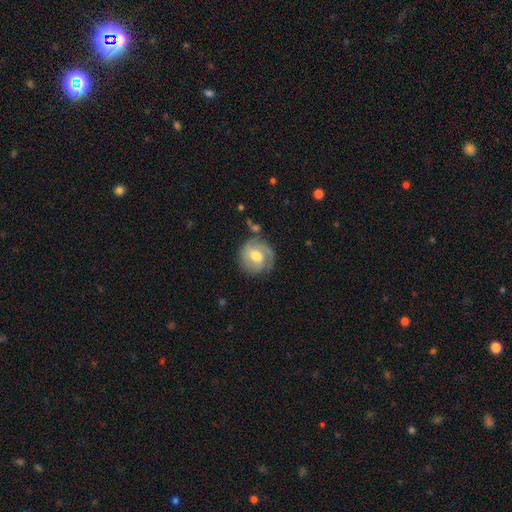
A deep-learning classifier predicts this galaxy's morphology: A featured or disk galaxy (64%) with a weak bar (50%), 2 (49%) tight (55%) spiral arms (85%) and a moderate central bulge (70%).

Vote fractions:
- Smooth or featured? featured or disk: 64% / smooth: 30% / star or artifact: 6%
- Edge-on disk? no: 97% / yes: 3%
- Bar? weak: 50% / no: 37% / strong: 13%
- Spiral arms? yes: 85% / no: 15%
- Spiral winding? tight: 55% / medium: 34% / loose: 12%
- Spiral arm count? 2: 49% / can't tell: 21% / 1: 17% / 3: 8% / 4: 2% / more than 4: 2%
- Bulge size? moderate: 70% / small: 16% / large: 11% / none: 2% / dominant: 1%
- Merging? none: 70% / minor disturbance: 18% / major disturbance: 8% / merger: 4%